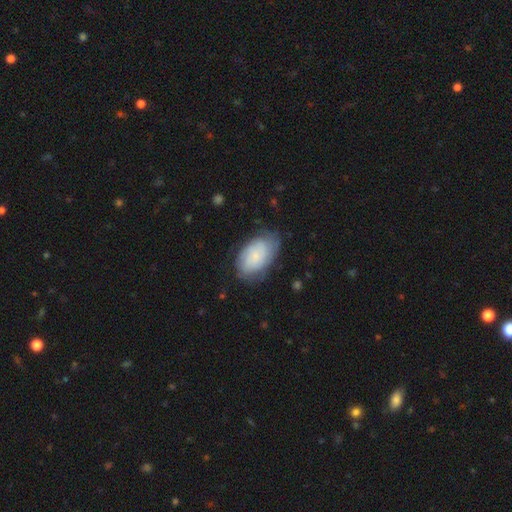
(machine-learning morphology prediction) Q: Smooth or featured?
A: smooth (59%); runner-up: featured or disk (34%)
Q: How rounded?
A: in between (93%); runner-up: round (6%)
Q: Merging?
A: none (68%); runner-up: minor disturbance (24%)